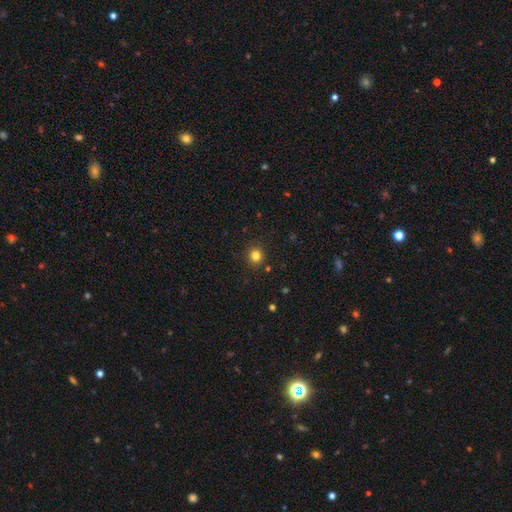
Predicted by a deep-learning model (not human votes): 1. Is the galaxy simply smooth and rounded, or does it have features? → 81% smooth, 14% star or artifact, 5% featured or disk.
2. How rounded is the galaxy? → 91% round, 8% in between, 1% cigar-shaped.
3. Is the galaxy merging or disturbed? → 89% none, 7% minor disturbance, 2% major disturbance, 2% merger.